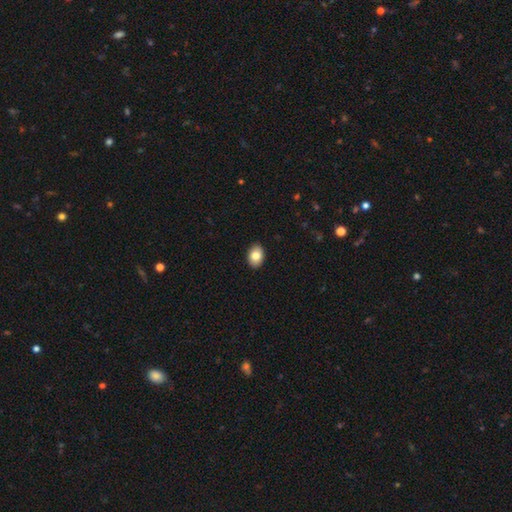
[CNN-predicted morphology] Smooth or featured: smooth — 83% (featured or disk — 9%)
How rounded: in between — 81% (round — 18%)
Merging: none — 90% (minor disturbance — 7%)